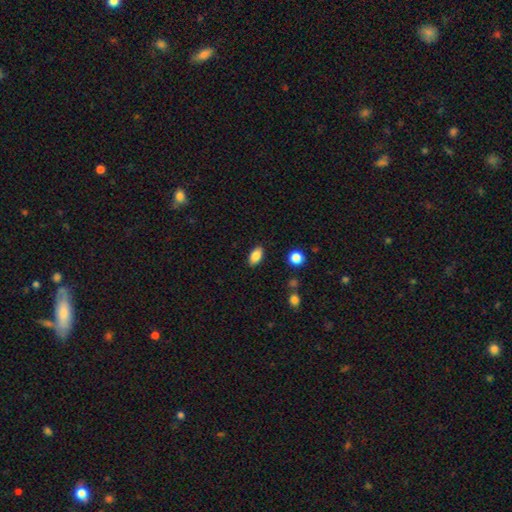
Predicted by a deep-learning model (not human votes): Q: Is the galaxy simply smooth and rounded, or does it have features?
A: smooth — 85%.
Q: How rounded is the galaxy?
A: in between — 89%.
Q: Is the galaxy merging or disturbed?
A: none — 87%.